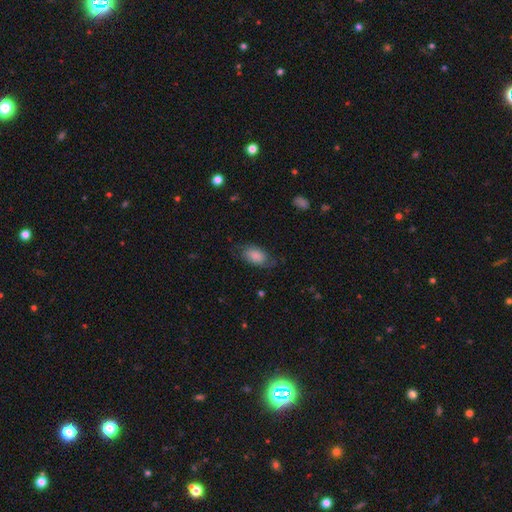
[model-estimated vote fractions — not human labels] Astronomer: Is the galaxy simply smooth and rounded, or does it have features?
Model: smooth — 77%.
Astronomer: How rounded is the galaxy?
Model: in between — 92%.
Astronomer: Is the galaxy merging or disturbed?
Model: none — 65%.